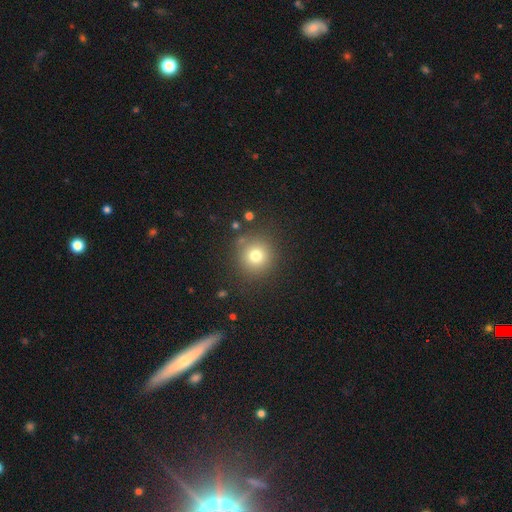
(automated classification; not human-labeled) smooth 76%, star or artifact 15%, featured or disk 10%. Down the decision tree: how rounded — round (93%); merging — none (85%).